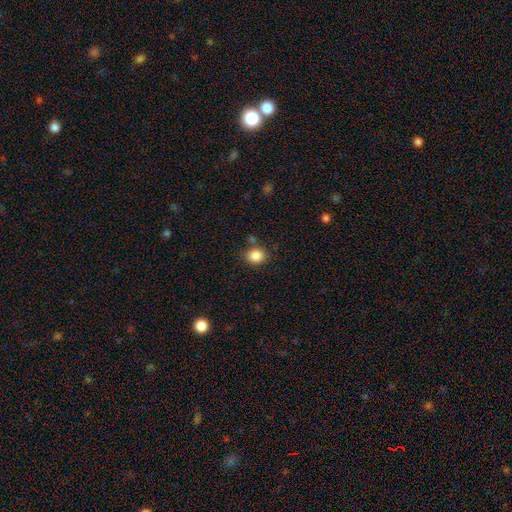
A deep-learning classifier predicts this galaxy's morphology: The model was most divided on "how rounded": round: 62%, in between: 37%, cigar-shaped: 1%. More confident: smooth or featured — smooth (86%); merging — none (77%).